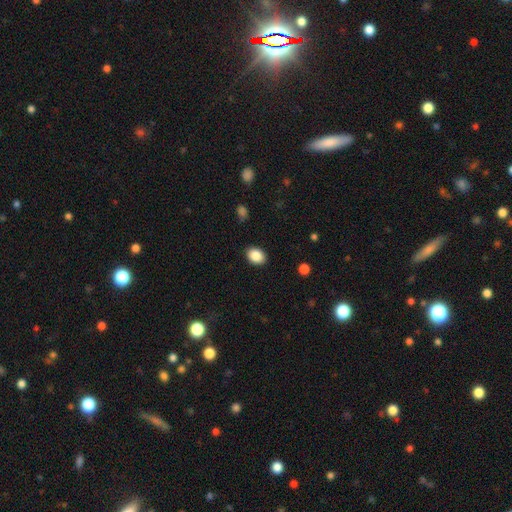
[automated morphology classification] Smooth or featured? smooth (88%)
How rounded? in between (68%)
Merging? none (88%)